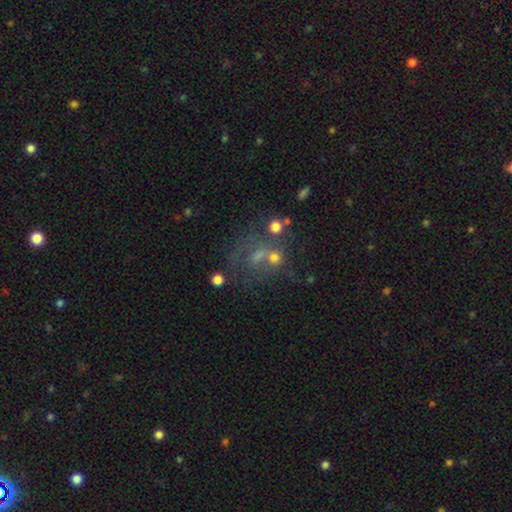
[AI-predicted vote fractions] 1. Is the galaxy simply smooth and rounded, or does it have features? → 37% featured or disk, 36% smooth, 27% star or artifact.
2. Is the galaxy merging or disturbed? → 41% none, 26% merger, 19% major disturbance, 15% minor disturbance.